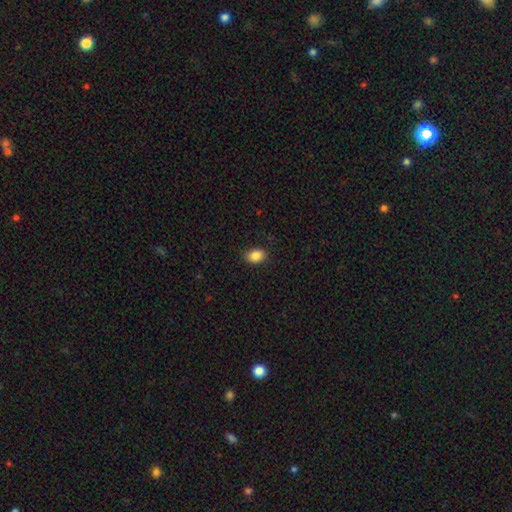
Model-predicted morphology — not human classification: smooth-or-featured: smooth: 86% | star or artifact: 9% | featured or disk: 5%
  how-rounded: in between: 70% | round: 29% | cigar-shaped: 1%
  merging: none: 85% | minor disturbance: 11% | major disturbance: 2% | merger: 1%